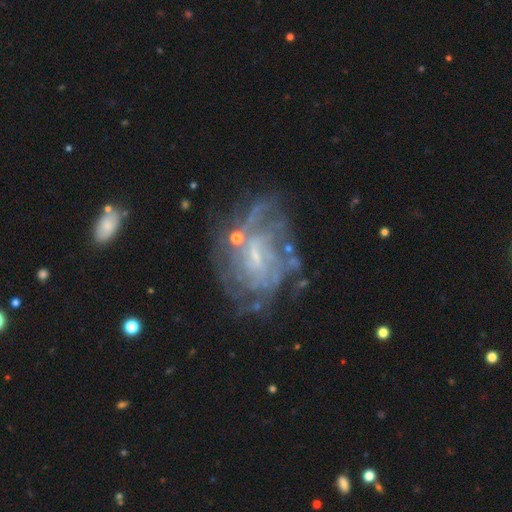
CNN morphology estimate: smooth_or_featured: featured or disk (p=0.82) [alt: smooth p=0.09]
disk_edge_on: no (p=0.97) [alt: yes p=0.03]
bar: weak (p=0.50) [alt: no p=0.36]
has_spiral_arms: yes (p=0.82) [alt: no p=0.18]
spiral_winding: tight (p=0.54) [alt: medium p=0.33]
spiral_arm_count: can't tell (p=0.52) [alt: 4 p=0.12]
bulge_size: small (p=0.61) [alt: none p=0.20]
merging: none (p=0.57) [alt: minor disturbance p=0.21]